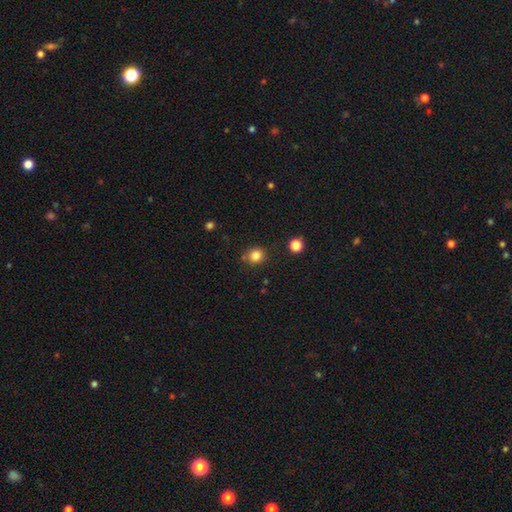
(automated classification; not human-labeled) A smooth galaxy with no disk features (82%) that is round (88%). Merging: none (83%).